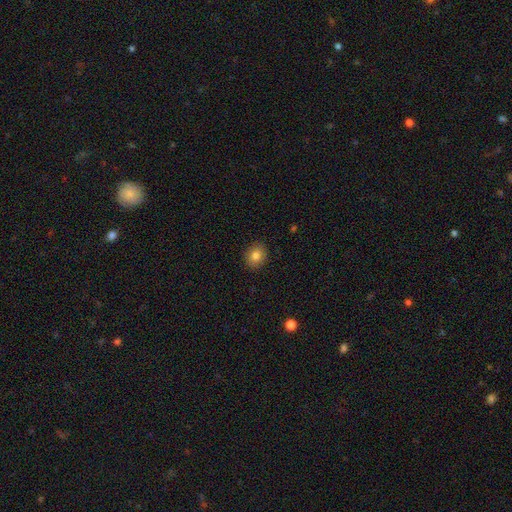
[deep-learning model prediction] smooth_or_featured: smooth (p=0.82) [alt: star or artifact p=0.10]
how_rounded: round (p=0.69) [alt: in between p=0.30]
merging: none (p=0.90) [alt: minor disturbance p=0.07]